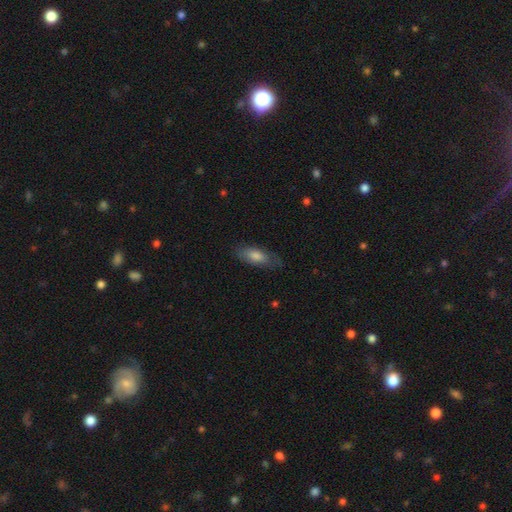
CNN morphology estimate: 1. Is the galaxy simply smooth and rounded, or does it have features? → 72% smooth, 21% featured or disk, 7% star or artifact.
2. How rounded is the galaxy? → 71% in between, 27% cigar-shaped, 2% round.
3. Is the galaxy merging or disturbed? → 74% none, 20% minor disturbance, 5% major disturbance, 1% merger.